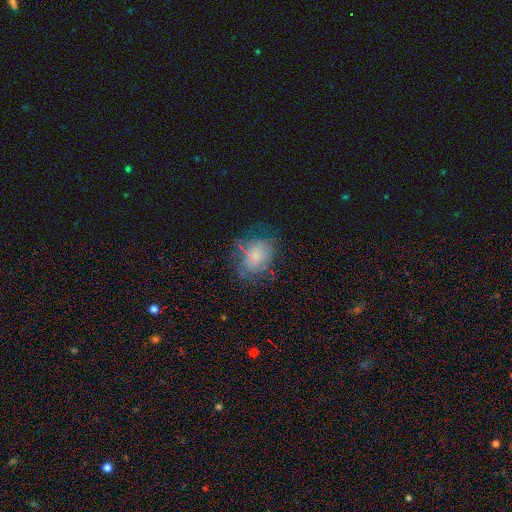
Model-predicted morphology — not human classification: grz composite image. It shows a smooth galaxy with no disk features (60%) that is in between round and cigar-shaped (52%). Merging: none (57%).